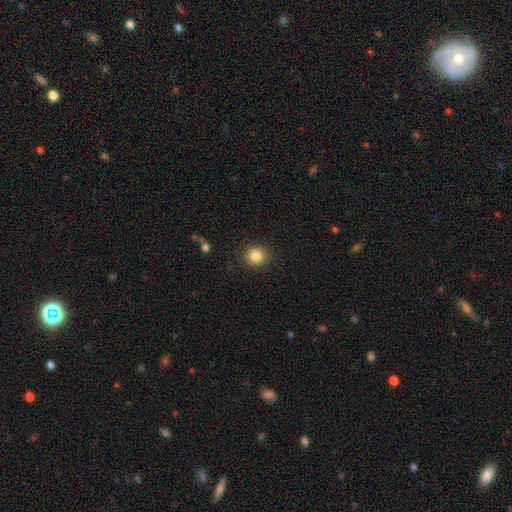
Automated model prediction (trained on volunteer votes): A smooth galaxy with no disk features (84%) that is round (82%). Merging: none (87%).